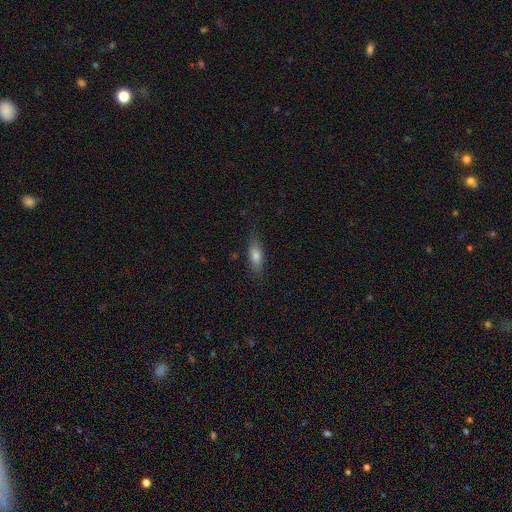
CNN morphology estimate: smooth-or-featured: smooth: 73% | featured or disk: 19% | star or artifact: 7%
  how-rounded: in between: 59% | cigar-shaped: 38% | round: 3%
  merging: none: 82% | minor disturbance: 14% | major disturbance: 3% | merger: 1%